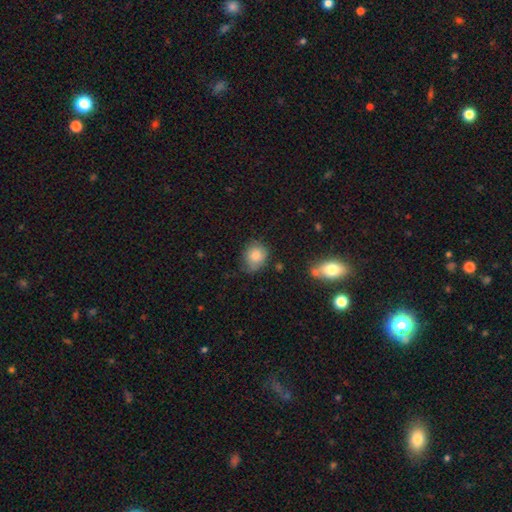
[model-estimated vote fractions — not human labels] Smooth or featured: smooth — 81% (featured or disk — 10%)
How rounded: round — 71% (in between — 28%)
Merging: none — 61% (minor disturbance — 29%)